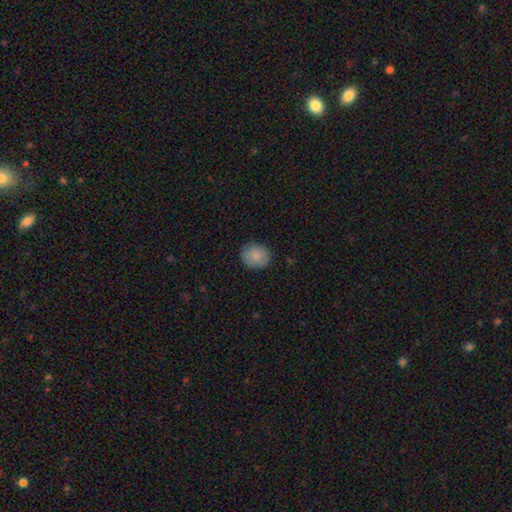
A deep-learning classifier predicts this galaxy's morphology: type=smooth (86%); roundness=round (70%); merging=none (86%).